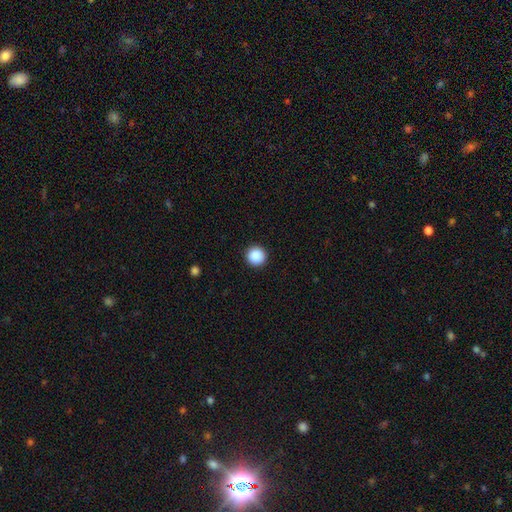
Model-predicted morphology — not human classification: smooth 89%, star or artifact 9%, featured or disk 2%. Down the decision tree: how rounded — round (96%); merging — none (93%).